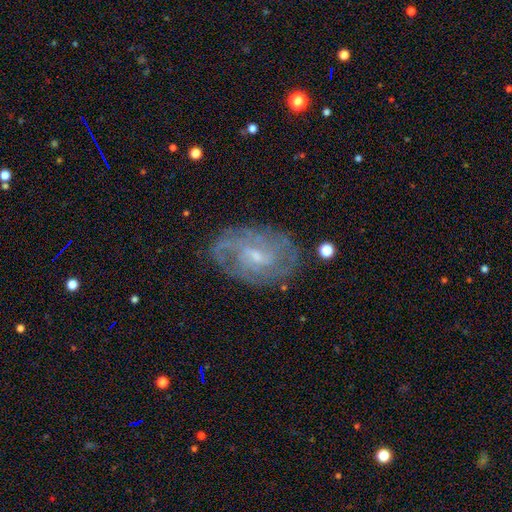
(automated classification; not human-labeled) smooth_or_featured: featured or disk (p=0.80) [alt: smooth p=0.13]
disk_edge_on: no (p=0.96) [alt: yes p=0.04]
bar: weak (p=0.53) [alt: no p=0.37]
has_spiral_arms: yes (p=0.90) [alt: no p=0.10]
spiral_winding: tight (p=0.52) [alt: medium p=0.36]
spiral_arm_count: can't tell (p=0.42) [alt: 2 p=0.20]
bulge_size: small (p=0.66) [alt: moderate p=0.27]
merging: none (p=0.75) [alt: minor disturbance p=0.17]